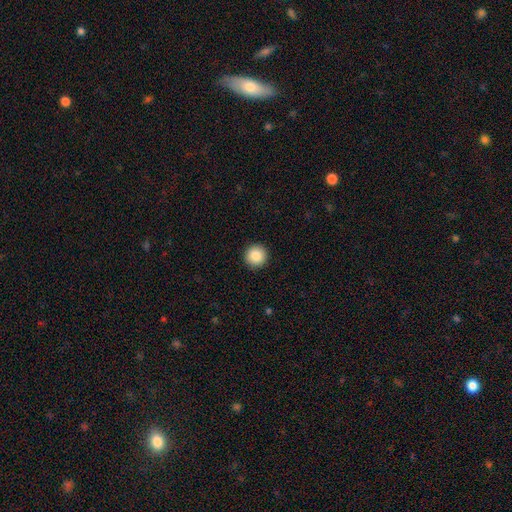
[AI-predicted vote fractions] Smooth or featured: smooth — 87% (star or artifact — 9%)
How rounded: round — 96% (in between — 3%)
Merging: none — 93% (minor disturbance — 4%)